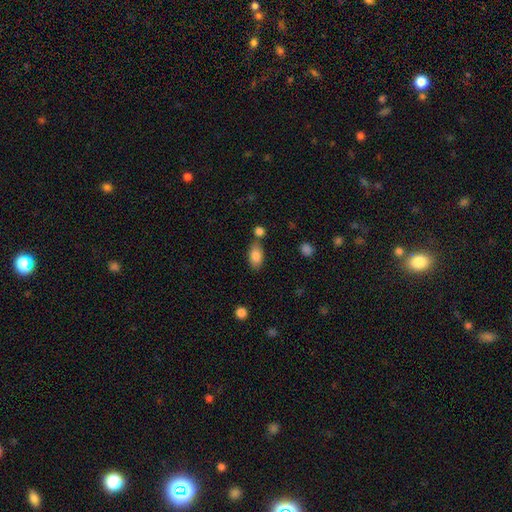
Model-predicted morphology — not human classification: smooth 85%, star or artifact 7%, featured or disk 7%. Down the decision tree: how rounded — in between (91%); merging — none (68%).